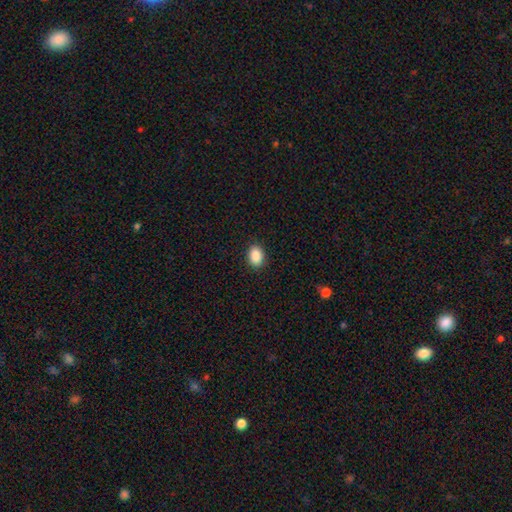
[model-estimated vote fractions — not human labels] A smooth galaxy with no disk features (89%) that is in between round and cigar-shaped (79%). Merging: none (90%).